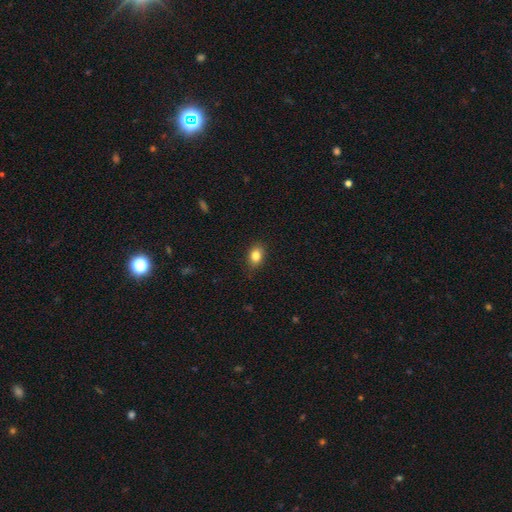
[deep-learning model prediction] Smooth or featured? smooth (83%)
How rounded? in between (67%)
Merging? none (84%)